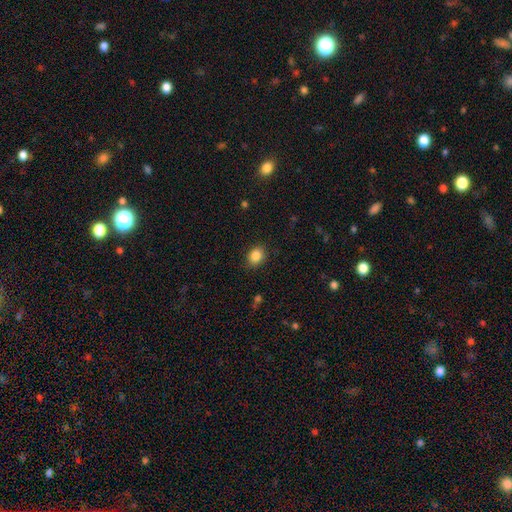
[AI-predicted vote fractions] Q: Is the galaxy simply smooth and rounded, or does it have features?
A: smooth — 86%.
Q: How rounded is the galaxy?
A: round — 51%.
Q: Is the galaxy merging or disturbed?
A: none — 87%.